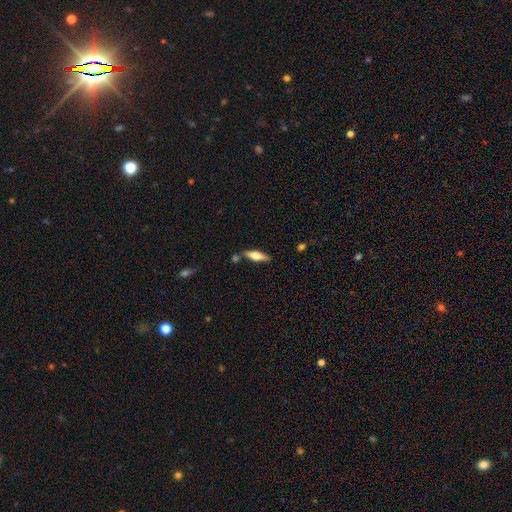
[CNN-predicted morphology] Smooth or featured: smooth — 53% (featured or disk — 41%)
How rounded: cigar-shaped — 57% (in between — 41%)
Merging: none — 78% (minor disturbance — 12%)